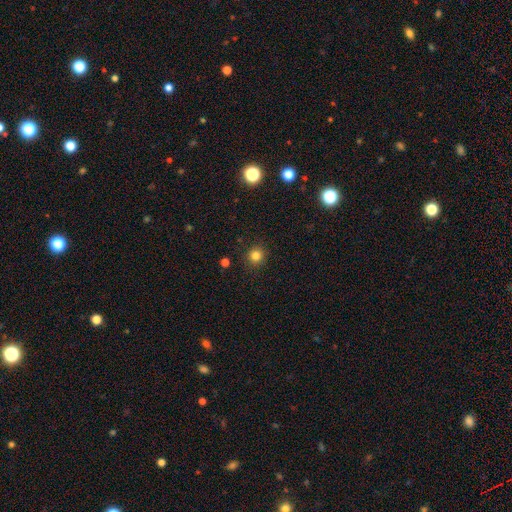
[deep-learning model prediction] A smooth galaxy with no disk features (82%) that is round (92%).

Vote fractions:
- Smooth or featured? smooth: 82% / star or artifact: 14% / featured or disk: 5%
- How rounded? round: 92% / in between: 7% / cigar-shaped: 1%
- Merging? none: 91% / minor disturbance: 6% / major disturbance: 2% / merger: 1%